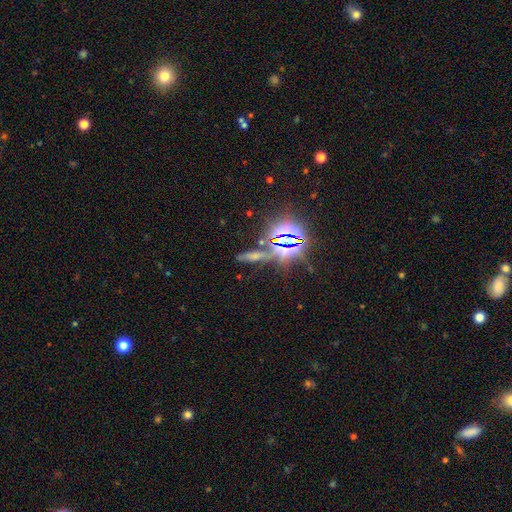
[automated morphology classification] smooth_or_featured: star or artifact (p=0.60) [alt: smooth p=0.21]